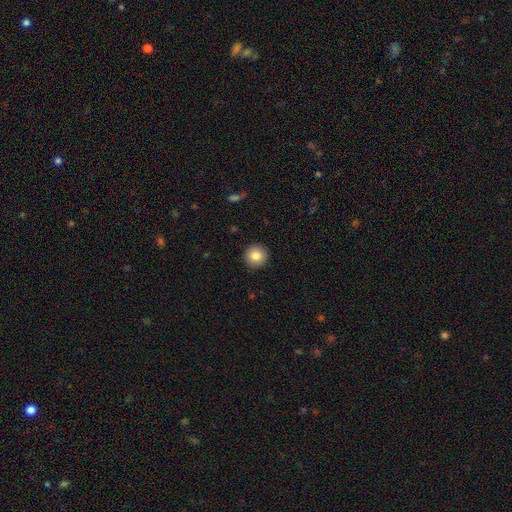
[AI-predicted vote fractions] This is clearly a smooth galaxy (84%). How rounded: clearly round (96%). Merging: clearly none (93%).